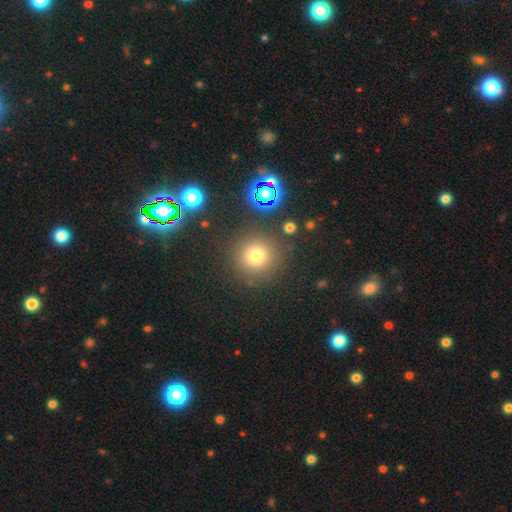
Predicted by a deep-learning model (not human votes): Morphology: type=smooth (75%); roundness=round (93%); merging=none (85%).